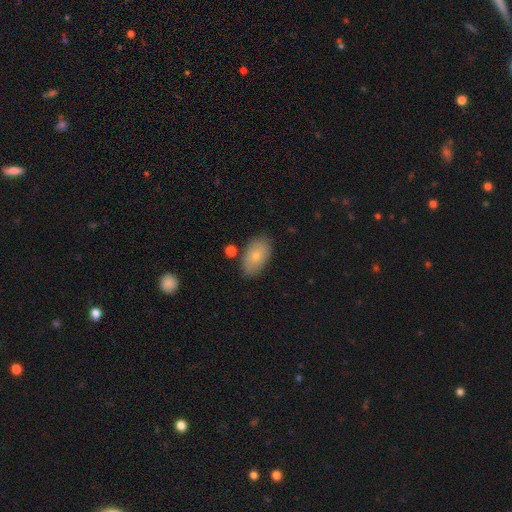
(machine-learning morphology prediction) A smooth galaxy with no disk features (77%) that is in between round and cigar-shaped (92%). Merging: none (76%).